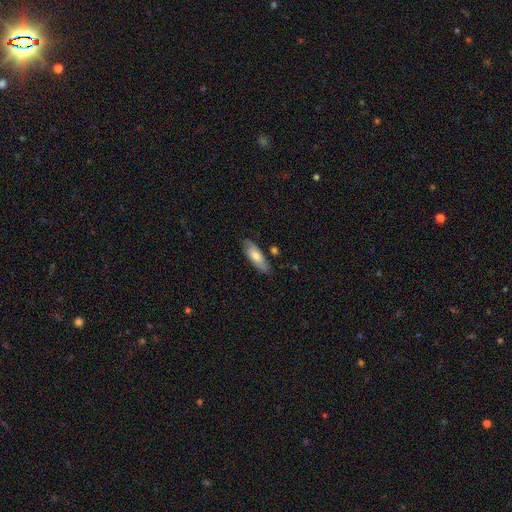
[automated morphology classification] Smooth or featured: smooth — 63% (featured or disk — 31%)
How rounded: in between — 63% (cigar-shaped — 35%)
Merging: none — 76% (minor disturbance — 17%)